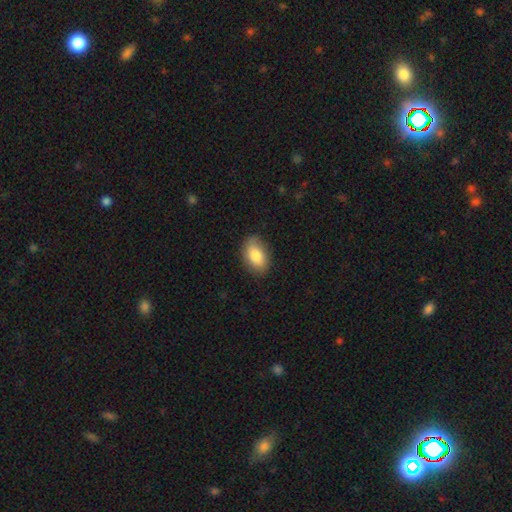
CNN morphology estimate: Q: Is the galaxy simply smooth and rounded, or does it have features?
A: smooth — 82%.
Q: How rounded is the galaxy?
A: in between — 90%.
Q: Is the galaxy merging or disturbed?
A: none — 81%.